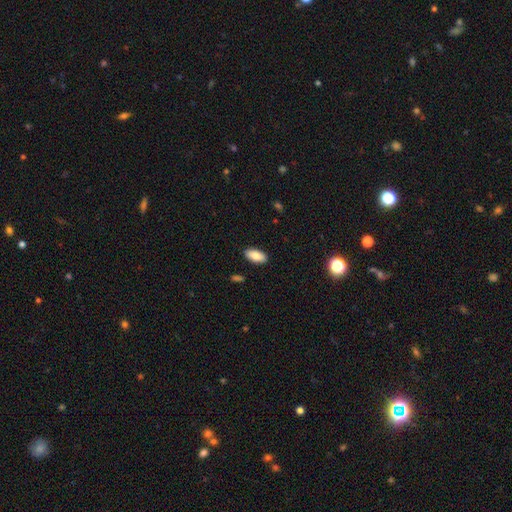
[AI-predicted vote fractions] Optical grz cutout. It shows a smooth galaxy with no disk features (84%) that is in between round and cigar-shaped (92%). Merging: none (90%).